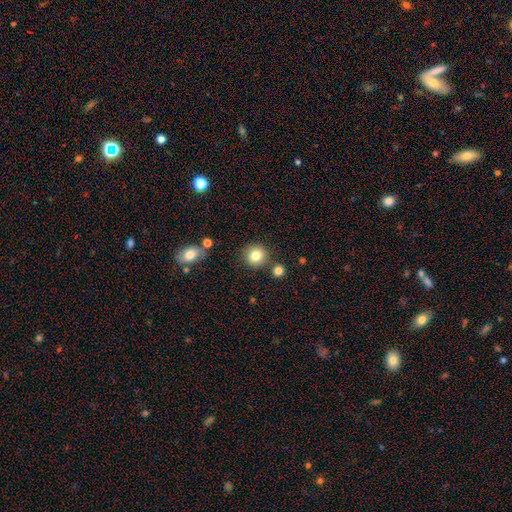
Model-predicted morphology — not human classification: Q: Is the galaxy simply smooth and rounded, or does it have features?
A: smooth — 82%.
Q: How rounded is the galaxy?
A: round — 90%.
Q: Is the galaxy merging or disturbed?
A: none — 81%.